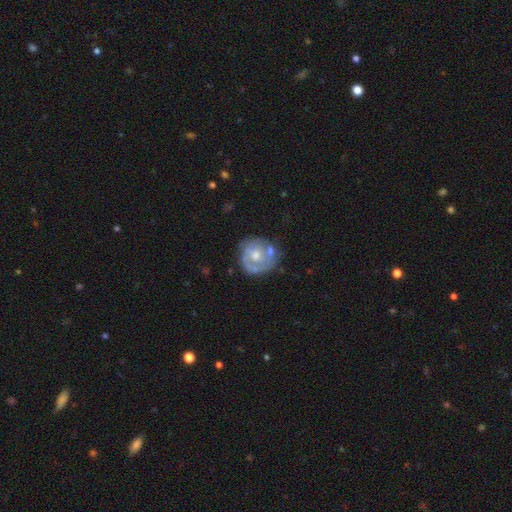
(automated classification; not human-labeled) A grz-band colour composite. It shows a featured or disk galaxy (67%) with no bar (77%), spiral arms (66%) and a moderate central bulge (64%). Merging: none (57%).